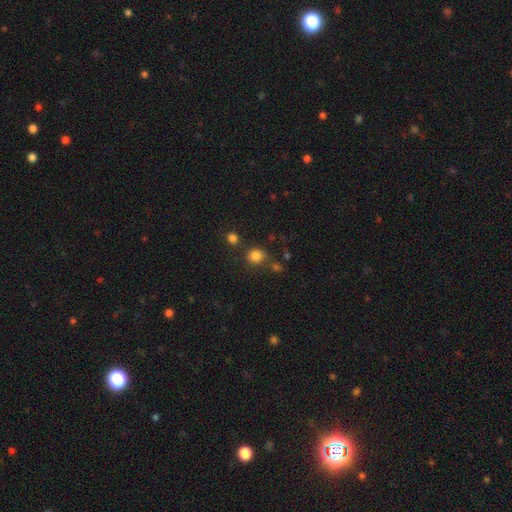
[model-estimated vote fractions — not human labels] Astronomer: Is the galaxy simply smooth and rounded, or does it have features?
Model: smooth — 82%.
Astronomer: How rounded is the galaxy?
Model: round — 81%.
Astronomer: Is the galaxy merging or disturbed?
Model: none — 73%.